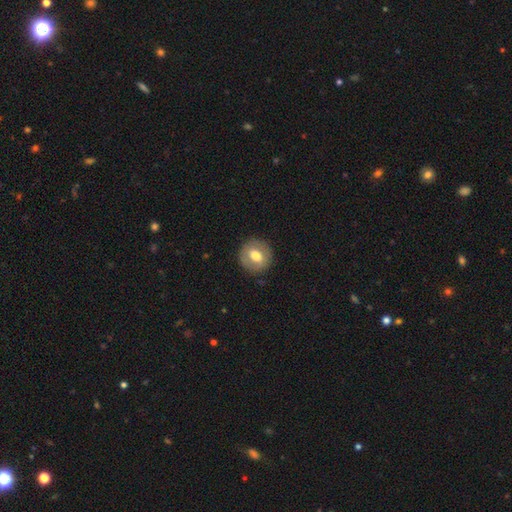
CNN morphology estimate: type=smooth (61%); roundness=round (84%); merging=none (87%).